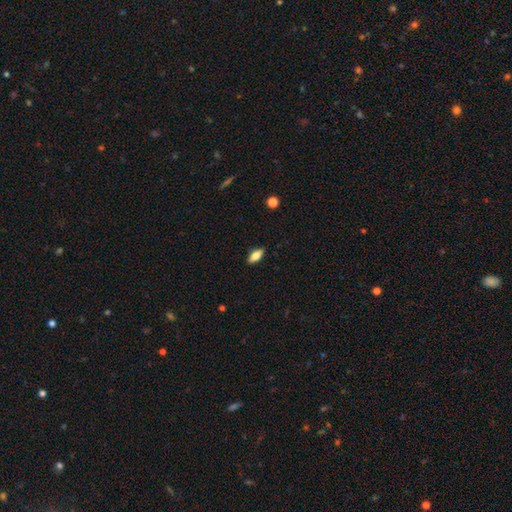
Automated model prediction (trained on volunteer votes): Overall: smooth (72%). How rounded: in between (81%). Merging: none (88%).